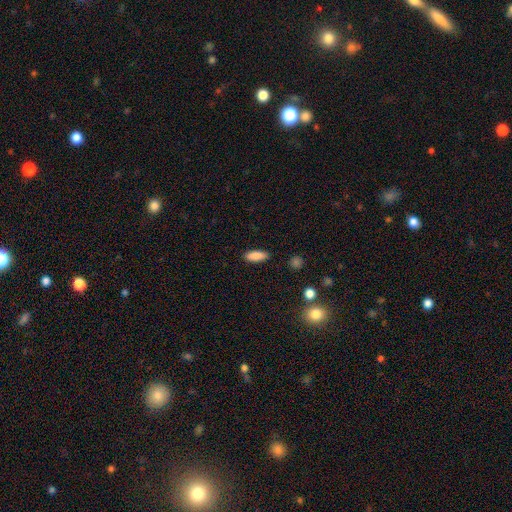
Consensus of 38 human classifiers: Q: Smooth or featured?
A: smooth (84%); runner-up: featured or disk (8%)
Q: How rounded?
A: in between (66%); runner-up: cigar-shaped (31%)
Q: Merging?
A: none (86%); runner-up: major disturbance (9%)